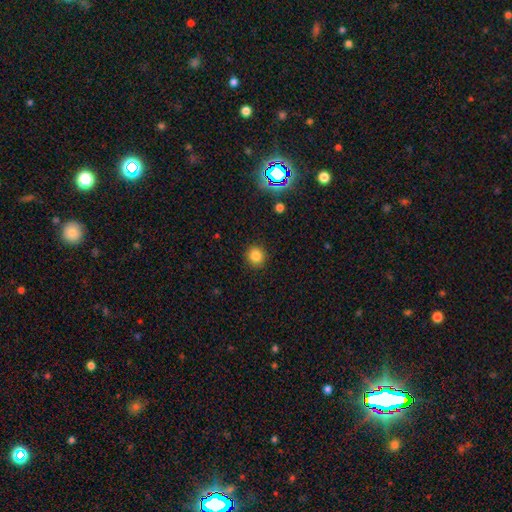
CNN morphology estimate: Smooth or featured? smooth (82%)
How rounded? round (90%)
Merging? none (91%)